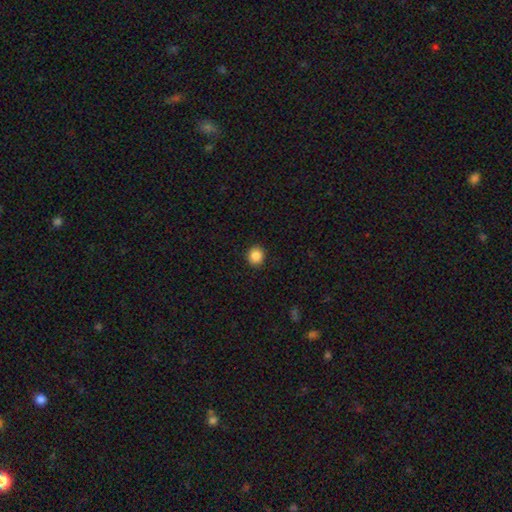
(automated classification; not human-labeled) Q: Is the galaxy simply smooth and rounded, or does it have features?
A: smooth — 88%.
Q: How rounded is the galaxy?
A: round — 86%.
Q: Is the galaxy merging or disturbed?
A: none — 92%.